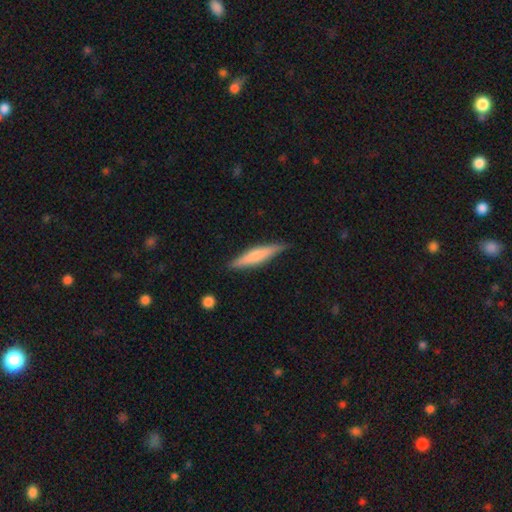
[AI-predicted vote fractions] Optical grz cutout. It shows a smooth galaxy with no disk features (58%) that is cigar-shaped (88%). Merging: none (85%).